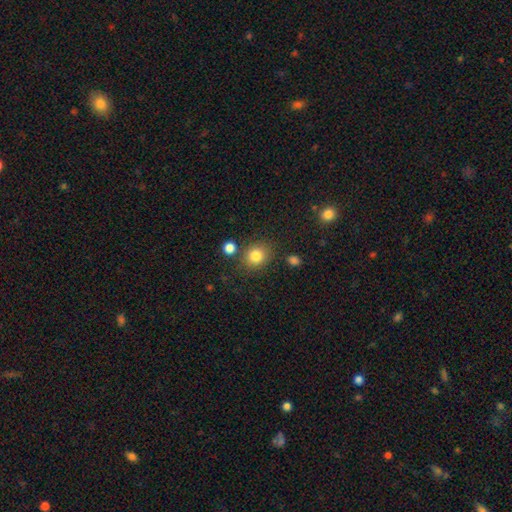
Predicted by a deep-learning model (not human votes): This appears to be a smooth galaxy with no disk features (83%) that is round (77%). Merging: none (79%).